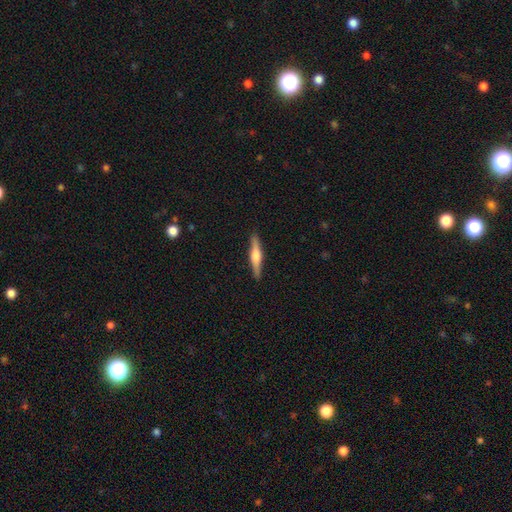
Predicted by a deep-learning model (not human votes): featured or disk 62%, smooth 33%, star or artifact 6%. Down the decision tree: edge-on disk — yes (97%); edge-on bulge — rounded (82%); merging — none (90%).